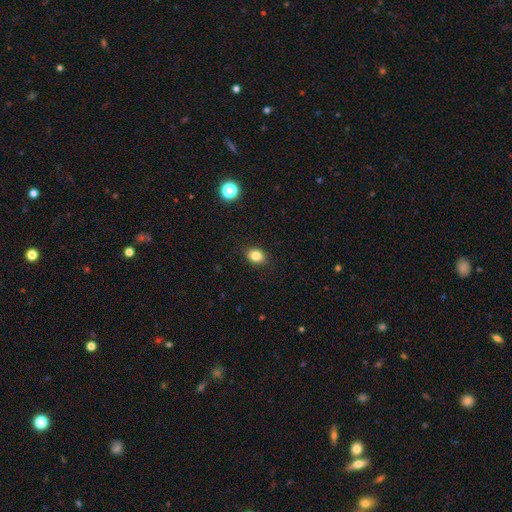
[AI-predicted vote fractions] Morphology: type=smooth (83%); roundness=in between (58%); merging=none (89%).